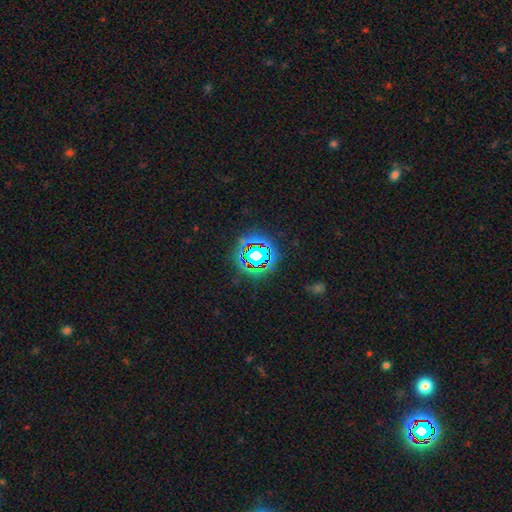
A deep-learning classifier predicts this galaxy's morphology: star or artifact 71%, smooth 17%, featured or disk 12%.